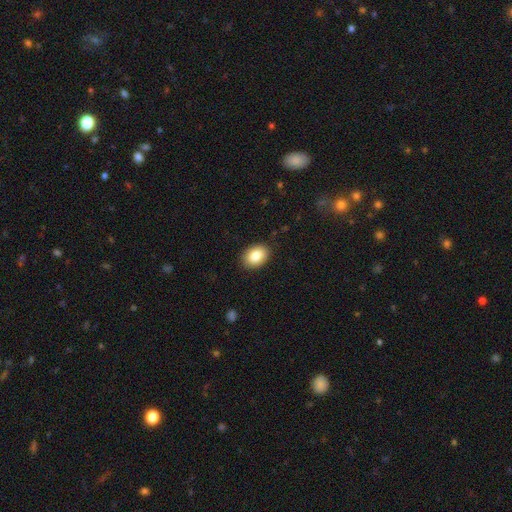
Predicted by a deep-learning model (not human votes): Smooth or featured: smooth — 86% (star or artifact — 7%)
How rounded: in between — 82% (round — 17%)
Merging: none — 88% (minor disturbance — 9%)